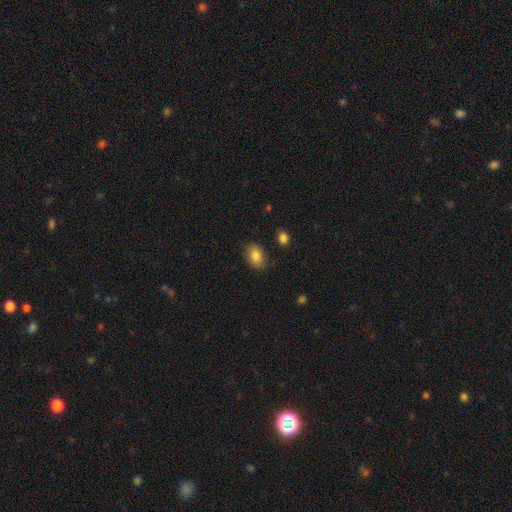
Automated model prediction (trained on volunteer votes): A smooth galaxy with no disk features (85%) that is in between round and cigar-shaped (85%). Merging: none (84%).